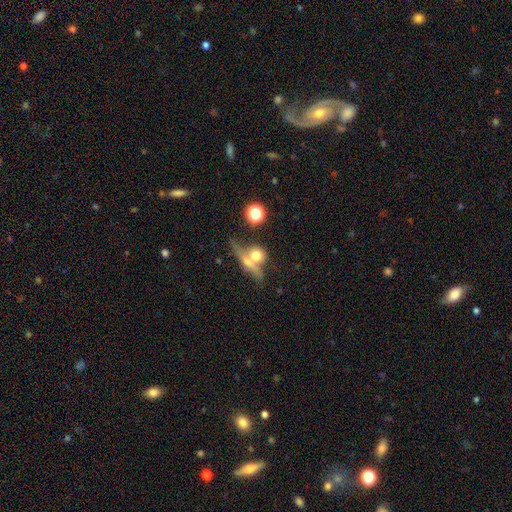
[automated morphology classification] A smooth galaxy with no disk features (56%) that is round (55%). Merging: merger (51%).